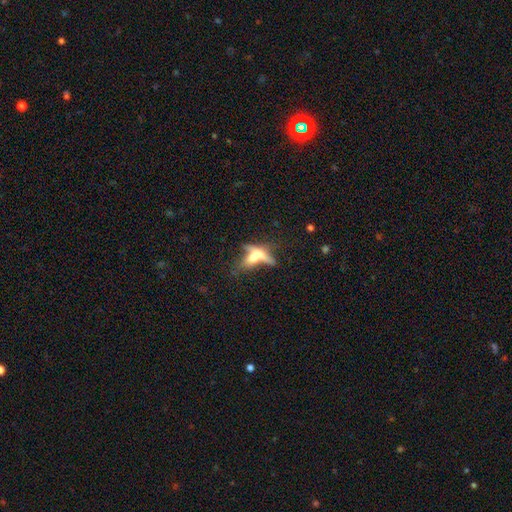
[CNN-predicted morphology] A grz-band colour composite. It shows a smooth galaxy with no disk features (45%). Merging: merger (35%).